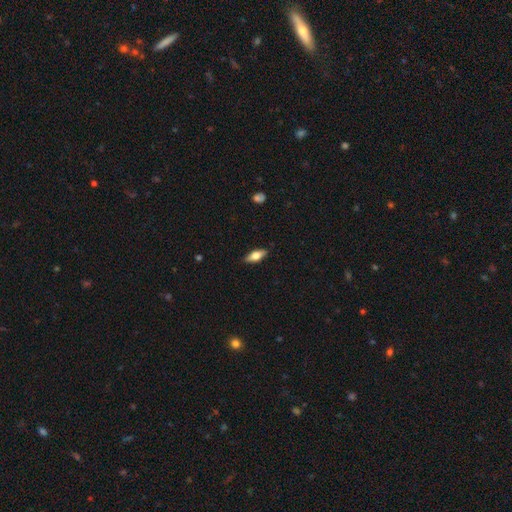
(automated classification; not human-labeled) A smooth galaxy with no disk features (63%) that is in between round and cigar-shaped (70%).

Vote fractions:
- Smooth or featured? smooth: 63% / featured or disk: 30% / star or artifact: 6%
- How rounded? in between: 70% / cigar-shaped: 27% / round: 3%
- Merging? none: 87% / minor disturbance: 10% / major disturbance: 2% / merger: 1%